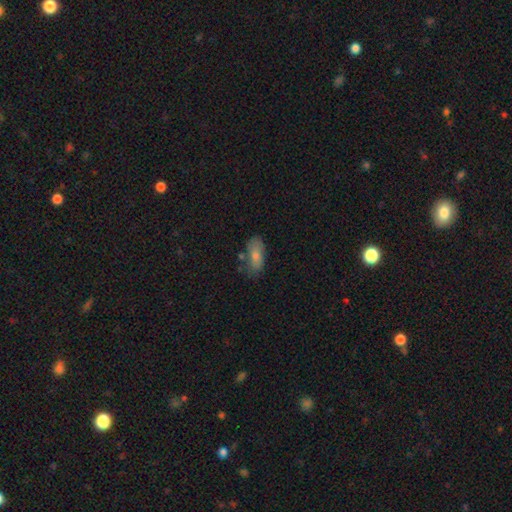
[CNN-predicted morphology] smooth 75%, featured or disk 17%, star or artifact 7%. Down the decision tree: how rounded — in between (85%); merging — none (59%).